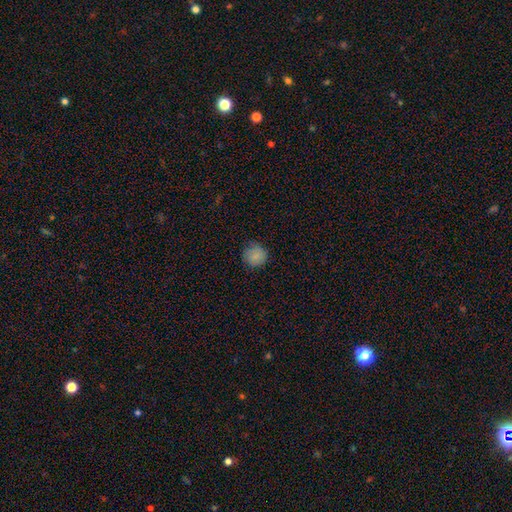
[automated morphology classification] Q: Smooth or featured?
A: smooth (85%); runner-up: star or artifact (9%)
Q: How rounded?
A: round (92%); runner-up: in between (7%)
Q: Merging?
A: none (82%); runner-up: minor disturbance (14%)